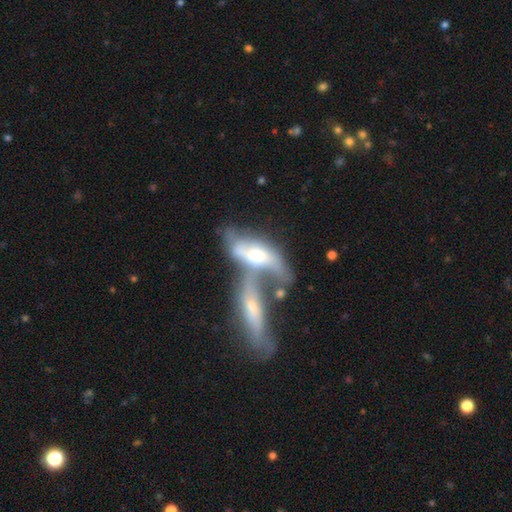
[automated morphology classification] Smooth or featured: featured or disk — 55% (smooth — 38%)
Edge-on disk: no — 65% (yes — 35%)
Merging: merger — 68% (none — 14%)